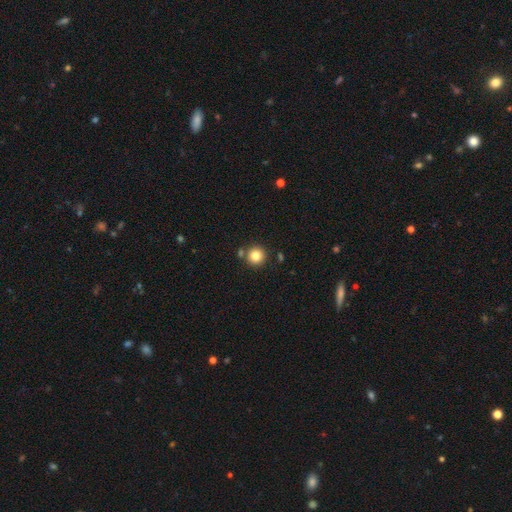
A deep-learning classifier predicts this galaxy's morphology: Smooth or featured? Predicted: smooth (p=0.83). How rounded? Predicted: round (p=0.94). Merging? Predicted: none (p=0.81).